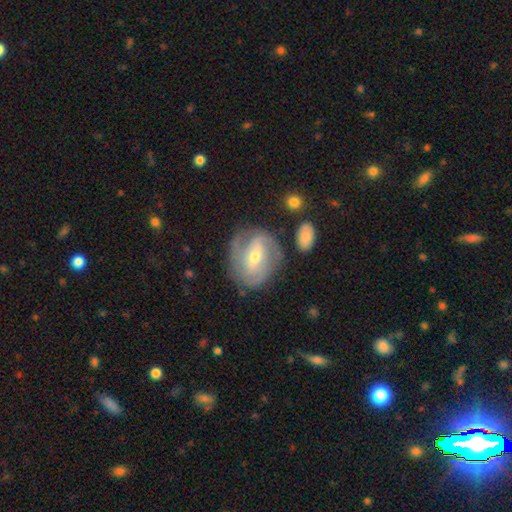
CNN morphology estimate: This appears to be a featured or disk galaxy (77%) with a weak bar (46%), 2 (47%) tight (46%) spiral arms (89%) and a small central bulge (48%, tied with moderate). Merging: none (68%).